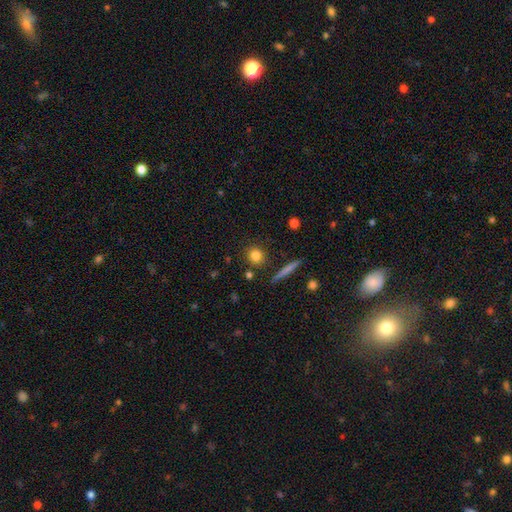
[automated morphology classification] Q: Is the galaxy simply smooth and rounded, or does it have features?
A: smooth — 81%.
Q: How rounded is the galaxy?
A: round — 85%.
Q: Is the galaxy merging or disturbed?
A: none — 86%.